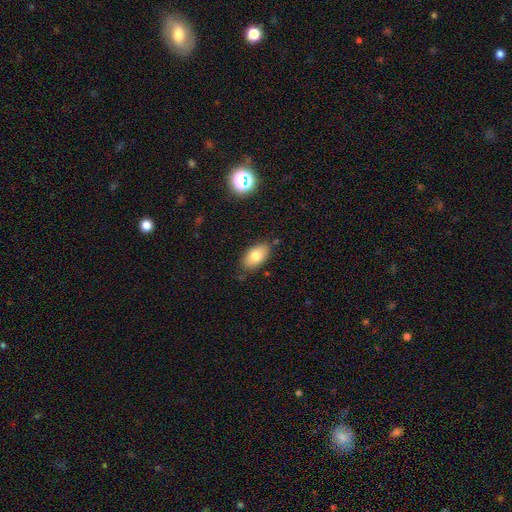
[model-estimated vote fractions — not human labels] Smooth or featured? Predicted: smooth (p=0.77). How rounded? Predicted: in between (p=0.92). Merging? Predicted: none (p=0.80).